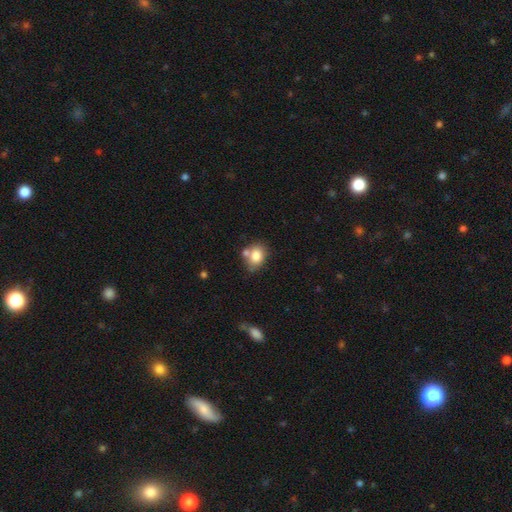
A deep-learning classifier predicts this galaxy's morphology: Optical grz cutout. It shows a smooth galaxy with no disk features (80%) that is in between round and cigar-shaped (59%). Merging: none (56%).